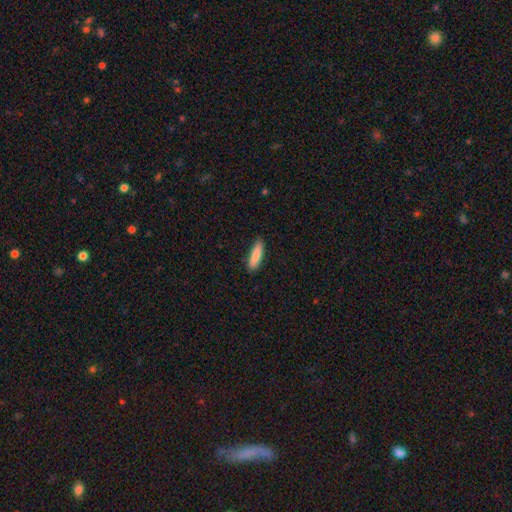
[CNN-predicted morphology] A smooth galaxy with no disk features (84%) that is cigar-shaped (67%). Merging: none (85%).